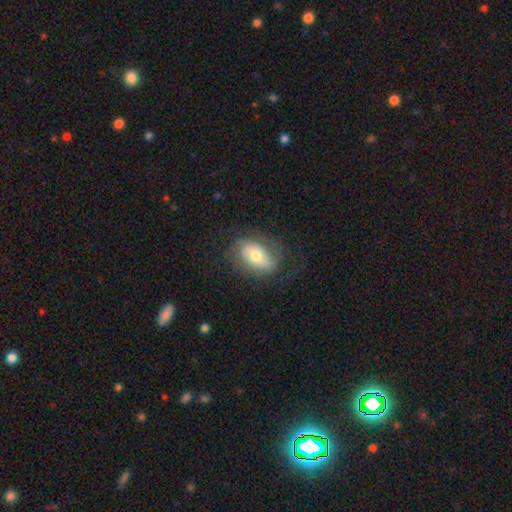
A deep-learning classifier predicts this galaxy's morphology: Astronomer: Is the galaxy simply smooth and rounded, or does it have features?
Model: featured or disk — 62%.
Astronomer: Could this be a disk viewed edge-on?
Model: no — 94%.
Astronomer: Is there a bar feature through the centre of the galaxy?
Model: no — 56%.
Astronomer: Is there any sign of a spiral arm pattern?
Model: yes — 83%.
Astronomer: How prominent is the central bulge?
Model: moderate — 62%.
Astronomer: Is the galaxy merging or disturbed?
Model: none — 64%.